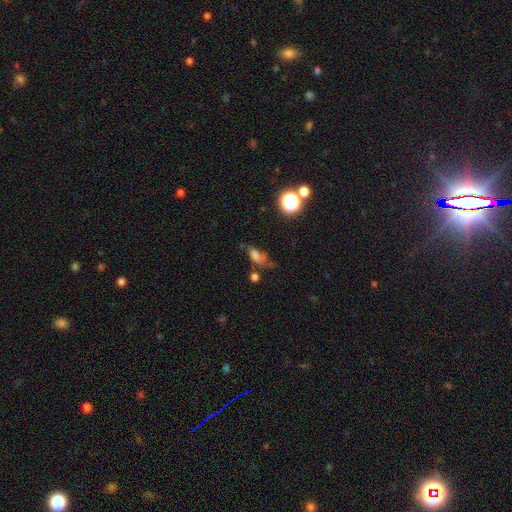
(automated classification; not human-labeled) Smooth or featured?
  - smooth: 47% *
  - featured or disk: 36%
  - star or artifact: 18%
Merging?
  - none: 40% *
  - minor disturbance: 26%
  - major disturbance: 26%
  - merger: 8%